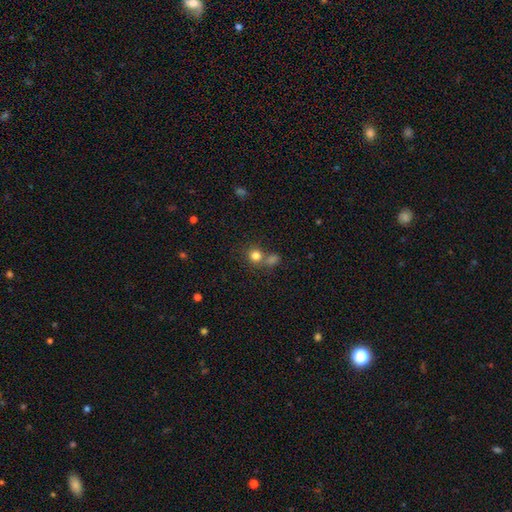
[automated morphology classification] A smooth galaxy with no disk features (80%) that is round (87%). Merging: none (56%).